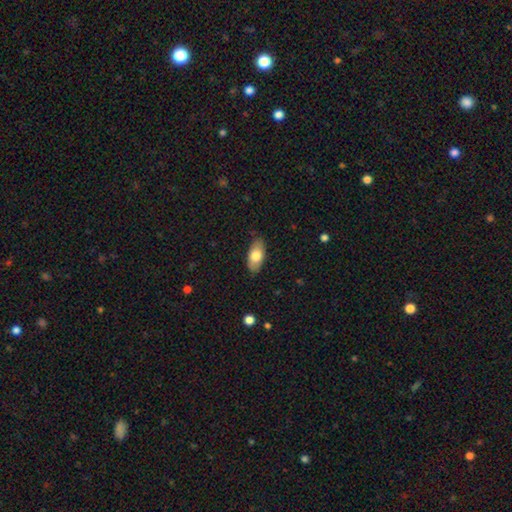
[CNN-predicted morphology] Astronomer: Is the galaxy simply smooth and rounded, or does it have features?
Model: smooth — 76%.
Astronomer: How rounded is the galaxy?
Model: in between — 90%.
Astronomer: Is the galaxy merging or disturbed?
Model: none — 84%.